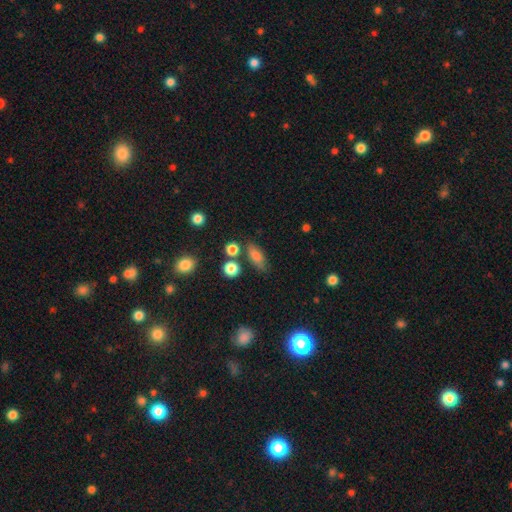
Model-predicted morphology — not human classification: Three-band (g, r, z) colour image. It shows a smooth galaxy with no disk features (78%) that is in between round and cigar-shaped (74%). Merging: none (70%).